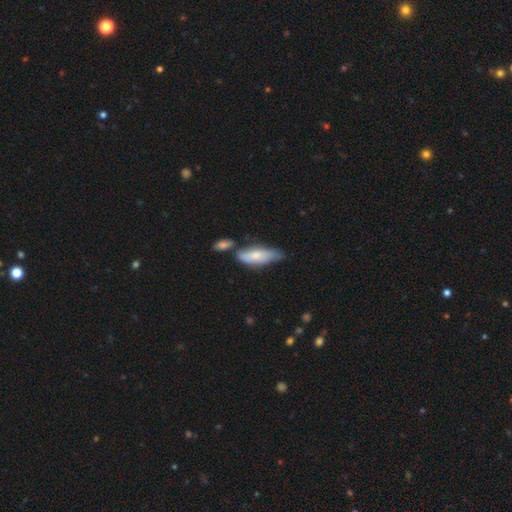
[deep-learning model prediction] smooth_or_featured: smooth (p=0.69) [alt: featured or disk p=0.25]
how_rounded: in between (p=0.65) [alt: cigar-shaped p=0.33]
merging: none (p=0.42) [alt: minor disturbance p=0.31]